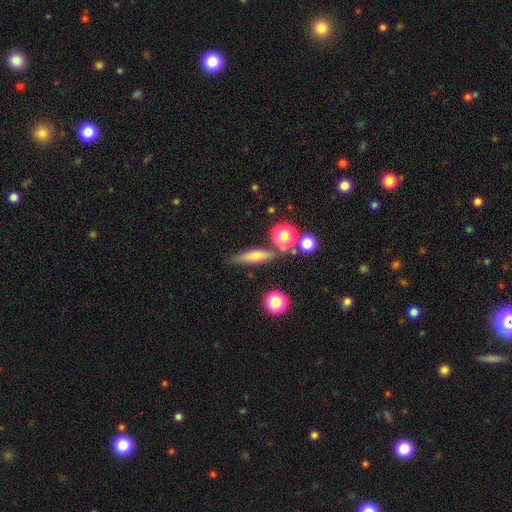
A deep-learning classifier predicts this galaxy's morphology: Overall: smooth (58%; featured or disk 29%). How rounded: cigar-shaped (66%). Merging: none (73%).